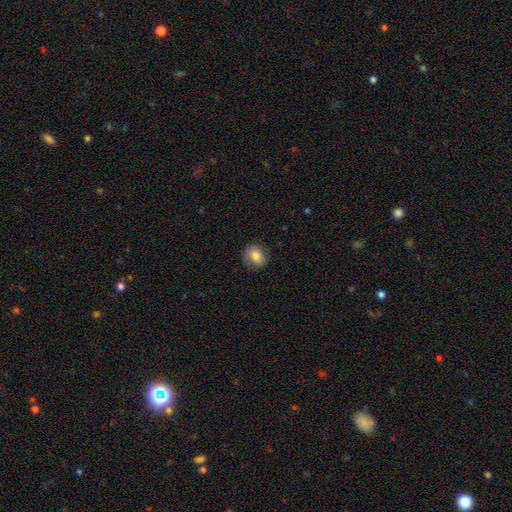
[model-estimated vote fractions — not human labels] Smooth or featured? Predicted: smooth (p=0.76). How rounded? Predicted: round (p=0.67). Merging? Predicted: none (p=0.81).